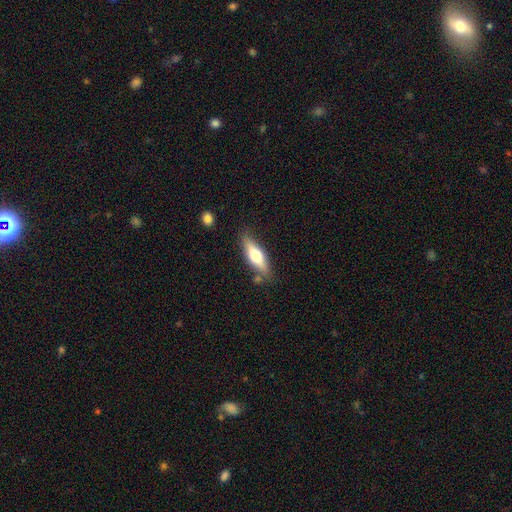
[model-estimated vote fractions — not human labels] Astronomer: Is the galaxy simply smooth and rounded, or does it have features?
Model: smooth — 54% (runner-up: featured or disk, 41%).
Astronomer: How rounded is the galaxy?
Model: cigar-shaped — 49%, tied with in between at 49%.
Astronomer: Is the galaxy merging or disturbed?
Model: none — 79%.